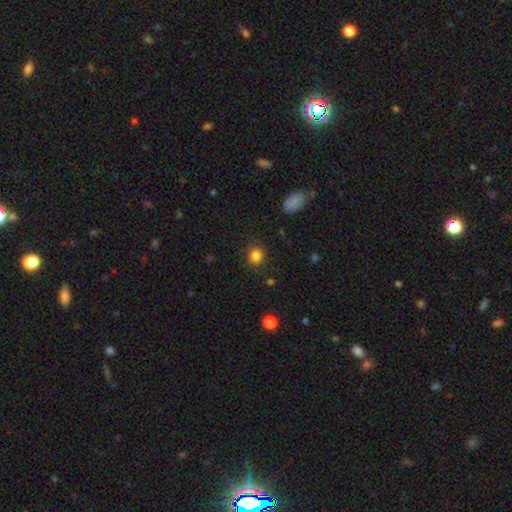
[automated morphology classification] Smooth or featured: smooth — 84% (star or artifact — 12%)
How rounded: round — 79% (in between — 20%)
Merging: none — 87% (minor disturbance — 9%)